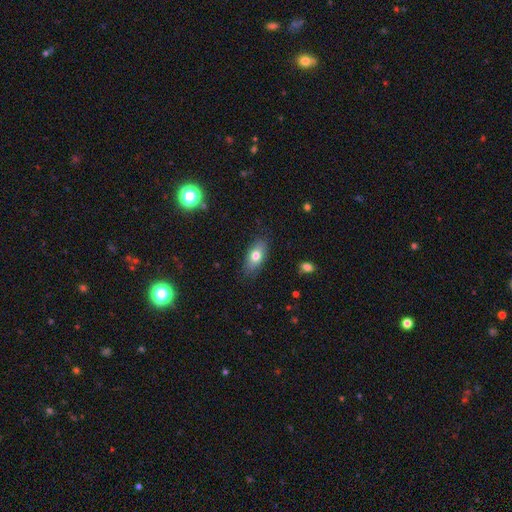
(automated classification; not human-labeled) Smooth or featured? smooth (74%)
How rounded? in between (84%)
Merging? none (85%)